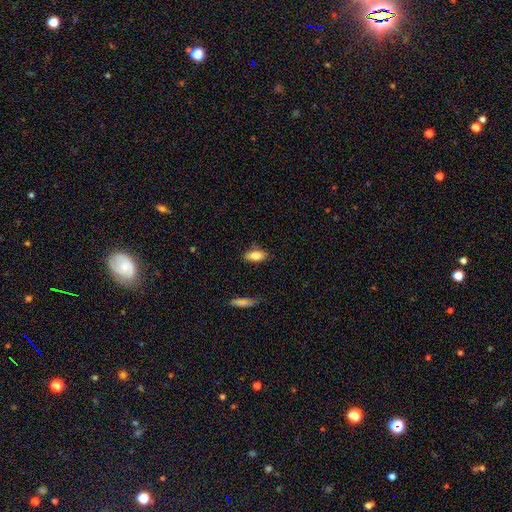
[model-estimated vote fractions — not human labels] Overall: smooth (82%). How rounded: in between (84%). Merging: none (81%).